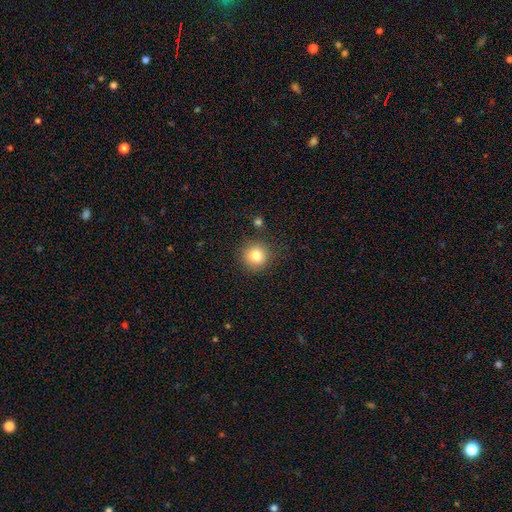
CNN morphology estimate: Smooth or featured? Predicted: smooth (p=0.81). How rounded? Predicted: round (p=0.94). Merging? Predicted: none (p=0.86).